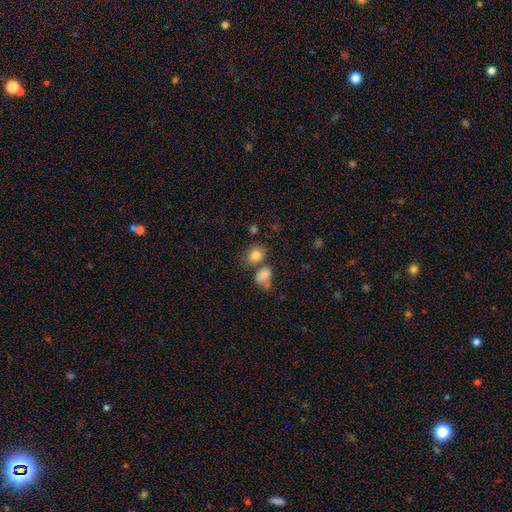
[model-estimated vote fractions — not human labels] Smooth or featured? Predicted: smooth (p=0.81). How rounded? Predicted: round (p=0.50). Merging? Predicted: none (p=0.55).